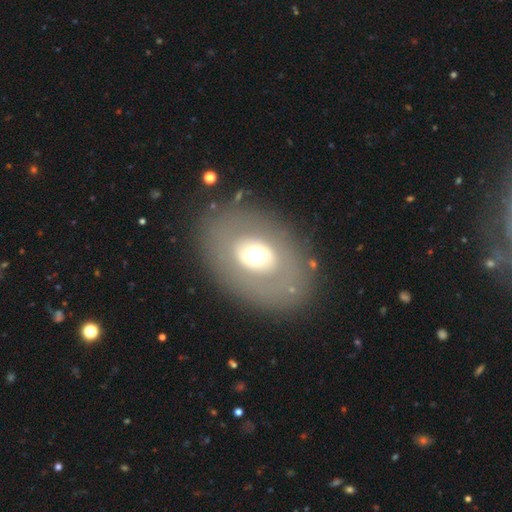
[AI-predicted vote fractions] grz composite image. It shows a smooth galaxy with no disk features (46%). Merging: none (82%).